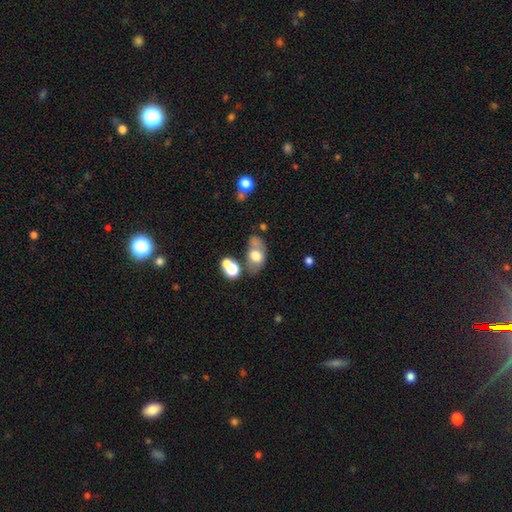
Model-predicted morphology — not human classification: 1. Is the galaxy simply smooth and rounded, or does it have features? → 60% smooth, 29% featured or disk, 11% star or artifact.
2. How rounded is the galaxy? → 79% in between, 19% round, 2% cigar-shaped.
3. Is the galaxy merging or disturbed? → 42% none, 26% merger, 19% minor disturbance, 12% major disturbance.